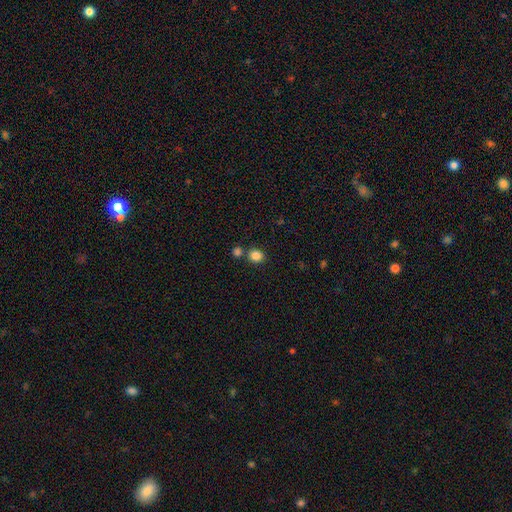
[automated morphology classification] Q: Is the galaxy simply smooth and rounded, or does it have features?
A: smooth — 85%.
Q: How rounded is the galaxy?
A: round — 71%.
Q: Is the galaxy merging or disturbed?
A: none — 73%.